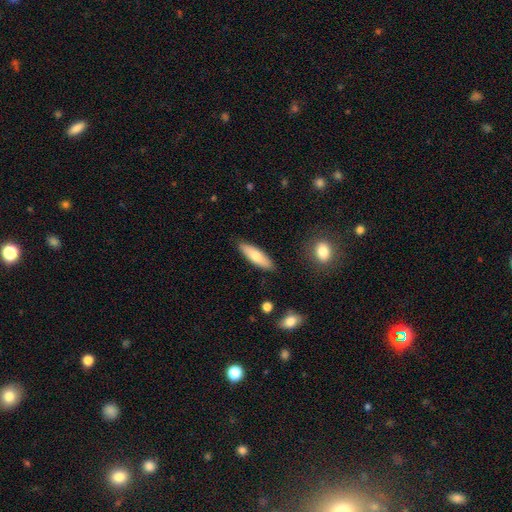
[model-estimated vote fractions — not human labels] Q: Smooth or featured?
A: smooth (70%); runner-up: featured or disk (24%)
Q: How rounded?
A: cigar-shaped (51%); runner-up: in between (47%)
Q: Merging?
A: none (86%); runner-up: minor disturbance (10%)